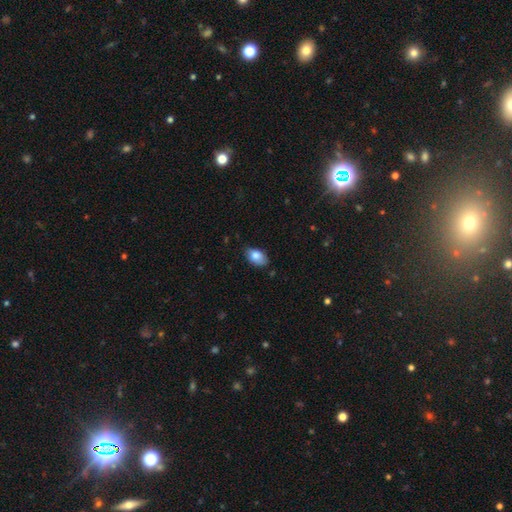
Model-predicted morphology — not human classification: This is clearly a smooth galaxy (80%). How rounded: clearly in between (90%). Merging: likely none (69%).